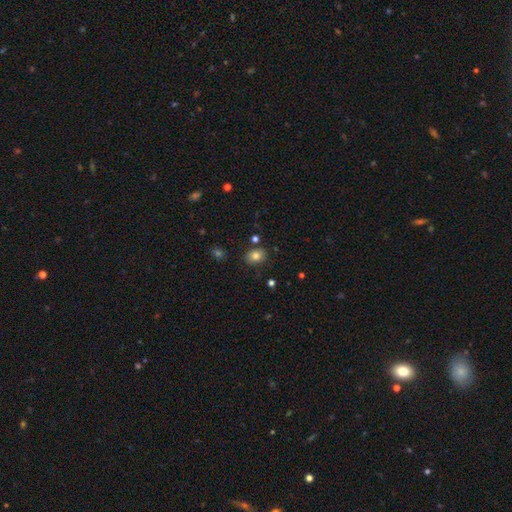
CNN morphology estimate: smooth-or-featured: smooth: 80% | star or artifact: 11% | featured or disk: 9%
  how-rounded: in between: 64% | round: 35% | cigar-shaped: 1%
  merging: none: 83% | minor disturbance: 11% | merger: 3% | major disturbance: 3%